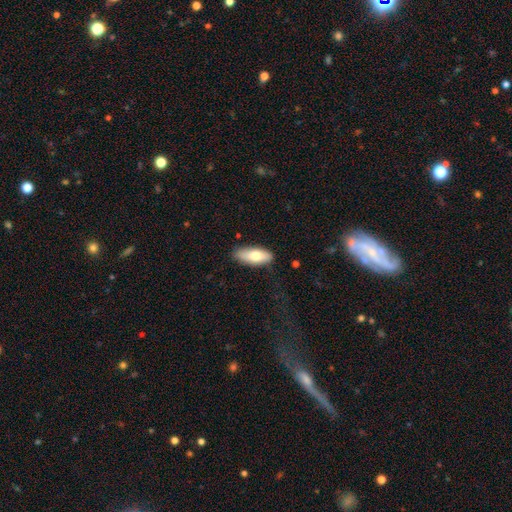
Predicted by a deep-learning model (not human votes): This is likely a smooth galaxy (73%). How rounded: likely in between (76%). Merging: clearly none (82%).